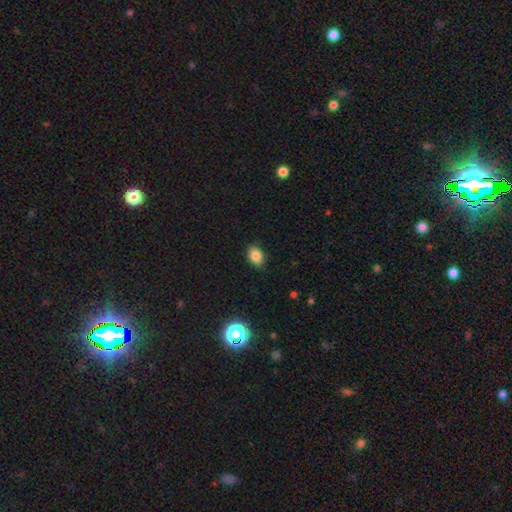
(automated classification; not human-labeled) smooth-or-featured: smooth: 84% | star or artifact: 10% | featured or disk: 6%
  how-rounded: in between: 78% | round: 21% | cigar-shaped: 1%
  merging: none: 83% | minor disturbance: 13% | major disturbance: 2% | merger: 1%